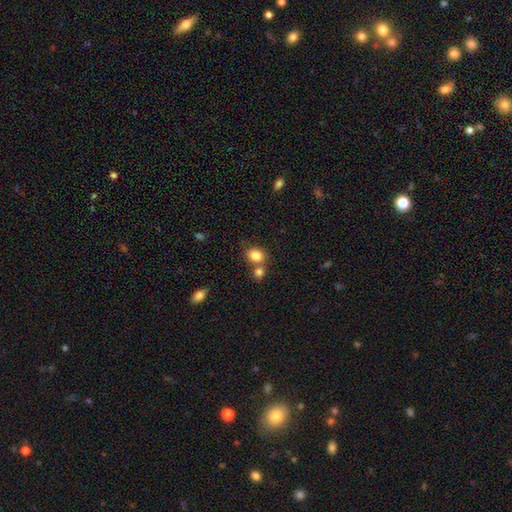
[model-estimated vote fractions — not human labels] Q: Smooth or featured?
A: smooth (83%); runner-up: star or artifact (10%)
Q: How rounded?
A: in between (50%); runner-up: round (49%)
Q: Merging?
A: none (54%); runner-up: merger (33%)